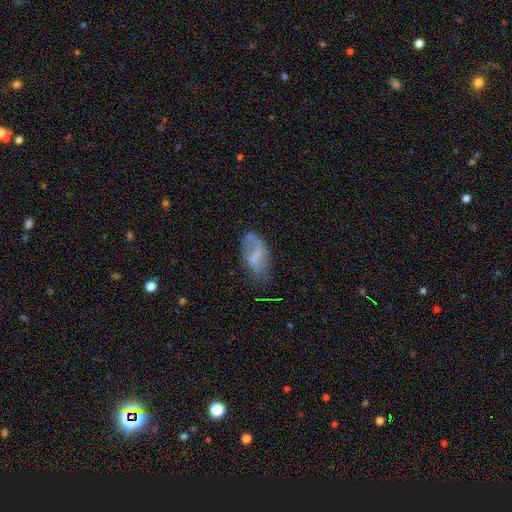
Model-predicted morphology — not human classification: This is possibly a smooth galaxy (50%). Merging: marginally none (42%).